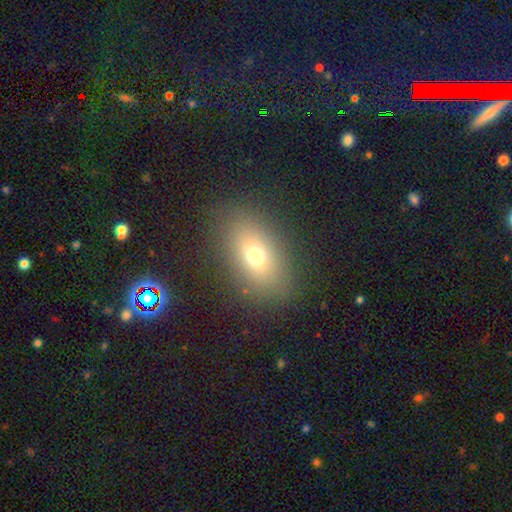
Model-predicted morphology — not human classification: Overall: smooth (70%). How rounded: in between (82%). Merging: none (84%).